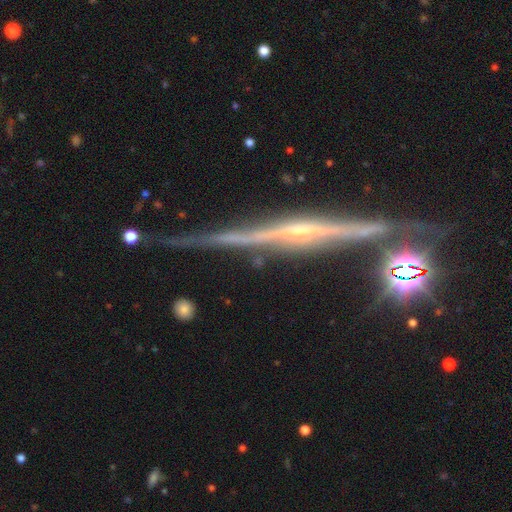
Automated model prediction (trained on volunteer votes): Smooth or featured? featured or disk (87%)
Edge-on disk? yes (98%)
Edge-on bulge? rounded (57%)
Merging? none (82%)